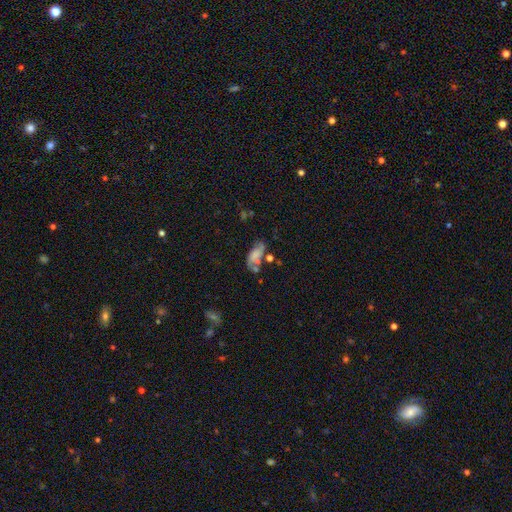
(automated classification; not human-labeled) A smooth galaxy with no disk features (46%).

Vote fractions:
- Smooth or featured? smooth: 46% / featured or disk: 43% / star or artifact: 11%
- Merging? none: 42% / minor disturbance: 25% / major disturbance: 17% / merger: 16%